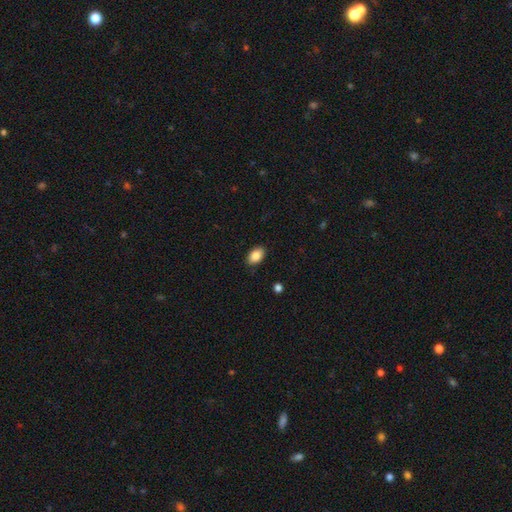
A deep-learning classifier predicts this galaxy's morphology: Overall: smooth (86%). How rounded: in between (90%). Merging: none (88%).